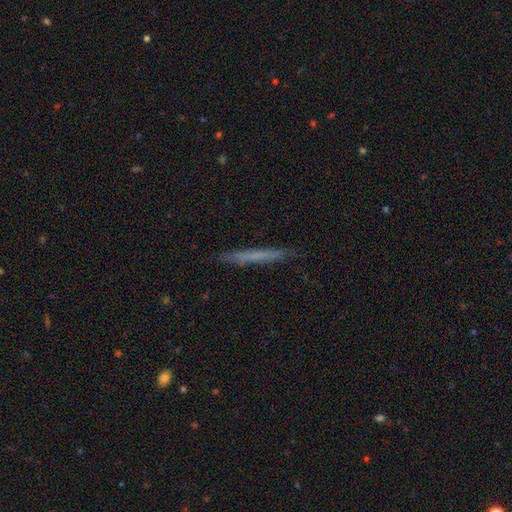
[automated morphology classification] Overall: smooth (57%; featured or disk 37%). How rounded: cigar-shaped (97%). Merging: none (89%).